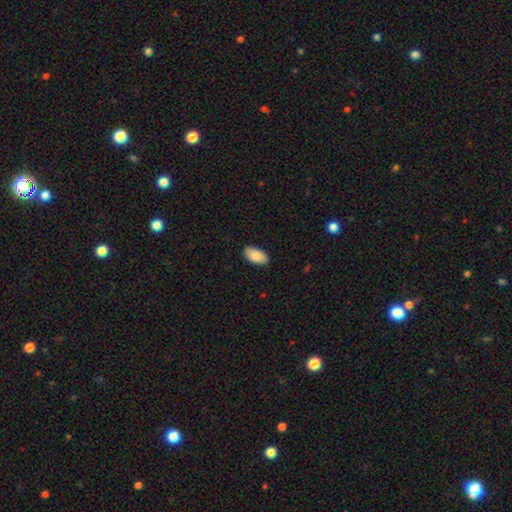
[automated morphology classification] smooth_or_featured: smooth (p=0.88) [alt: star or artifact p=0.06]
how_rounded: in between (p=0.95) [alt: round p=0.02]
merging: none (p=0.88) [alt: minor disturbance p=0.09]